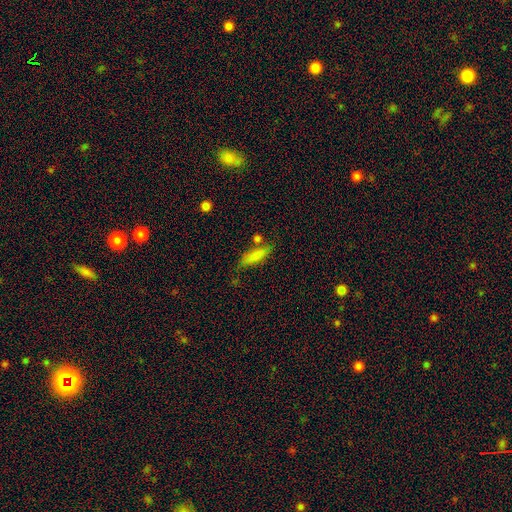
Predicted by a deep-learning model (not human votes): Morphology: type=smooth (81%); roundness=cigar-shaped (50%); merging=none (63%).